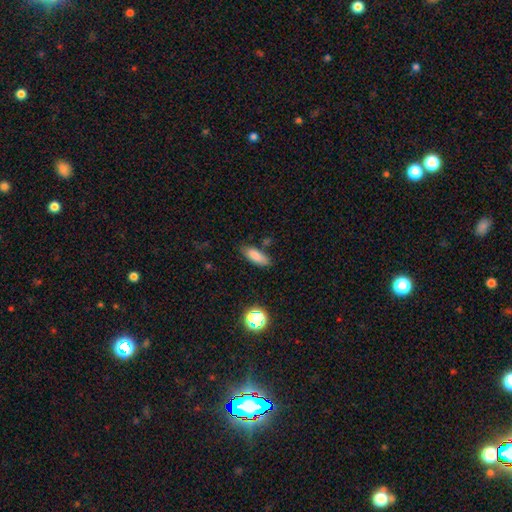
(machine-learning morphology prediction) Smooth or featured? Predicted: smooth (p=0.83). How rounded? Predicted: in between (p=0.70). Merging? Predicted: none (p=0.76).